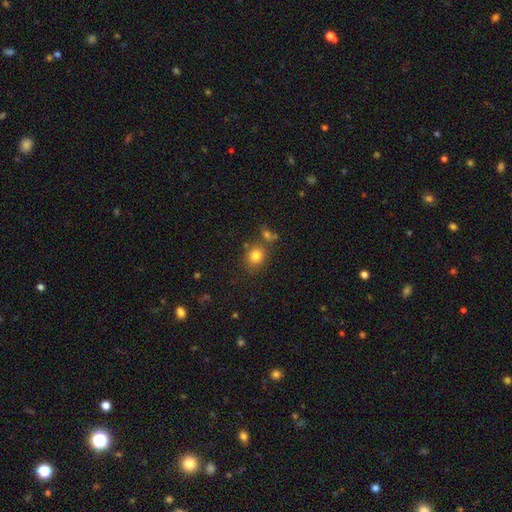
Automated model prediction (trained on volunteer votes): This is clearly a smooth galaxy (80%). How rounded: likely round (71%). Merging: likely none (69%).